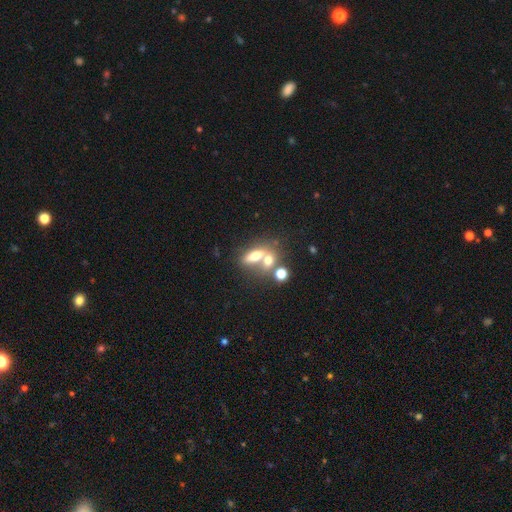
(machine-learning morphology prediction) Smooth or featured? smooth (61%)
How rounded? in between (66%)
Merging? merger (50%)